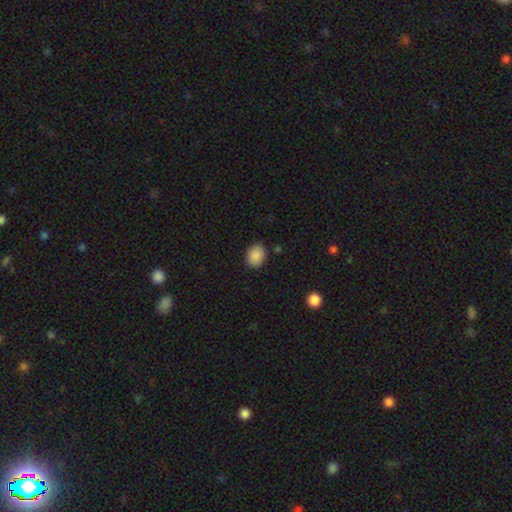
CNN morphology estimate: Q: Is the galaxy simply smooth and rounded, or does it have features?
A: smooth — 89%.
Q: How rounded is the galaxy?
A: in between — 59%.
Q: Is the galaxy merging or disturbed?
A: none — 87%.